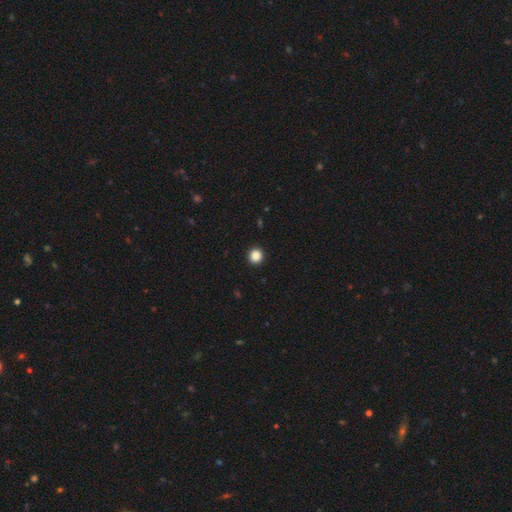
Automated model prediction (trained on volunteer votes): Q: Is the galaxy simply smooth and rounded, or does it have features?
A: smooth — 87%.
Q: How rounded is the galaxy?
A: round — 92%.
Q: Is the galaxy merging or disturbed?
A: none — 93%.